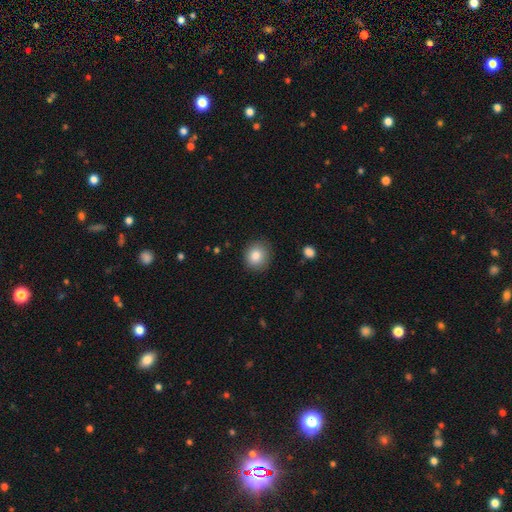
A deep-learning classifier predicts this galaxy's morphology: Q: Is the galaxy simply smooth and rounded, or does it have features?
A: smooth — 84%.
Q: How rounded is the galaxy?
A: round — 82%.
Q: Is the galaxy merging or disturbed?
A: none — 85%.